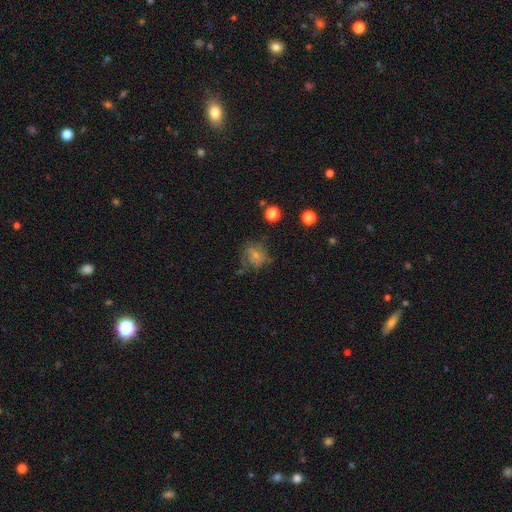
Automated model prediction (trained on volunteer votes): The model was most divided on "smooth or featured": smooth: 49%, featured or disk: 36%, star or artifact: 16%. More confident: merging — none (51%).